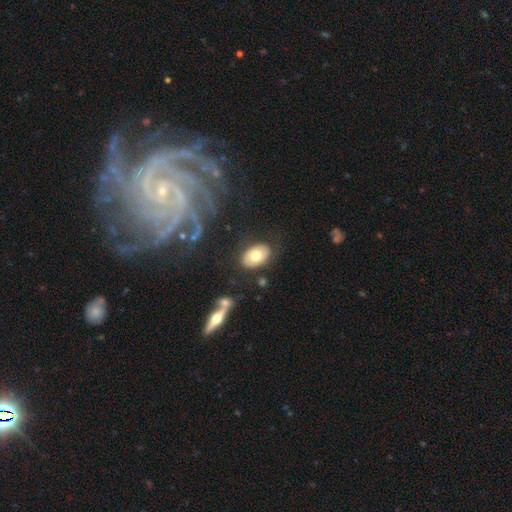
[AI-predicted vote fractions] Overall: smooth (68%). How rounded: in between (88%). Merging: none (81%).